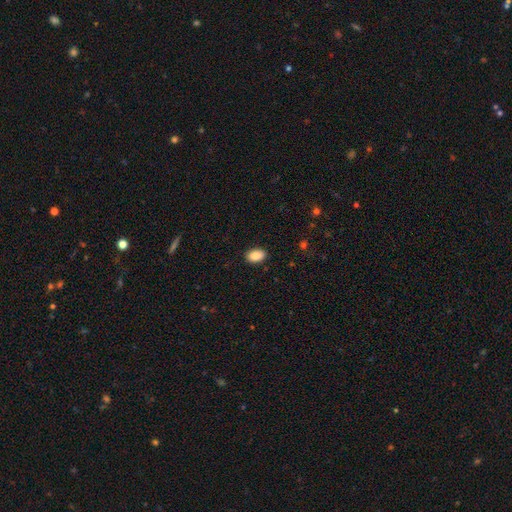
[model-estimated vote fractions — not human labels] The model was most divided on "how rounded": in between: 86%, round: 12%, cigar-shaped: 1%. More confident: smooth or featured — smooth (89%); merging — none (89%).